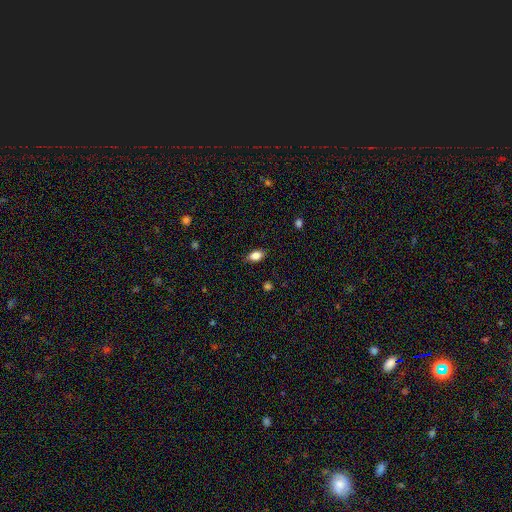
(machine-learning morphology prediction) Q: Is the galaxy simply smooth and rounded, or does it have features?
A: smooth — 84%.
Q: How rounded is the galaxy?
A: in between — 87%.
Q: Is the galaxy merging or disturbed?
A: none — 84%.